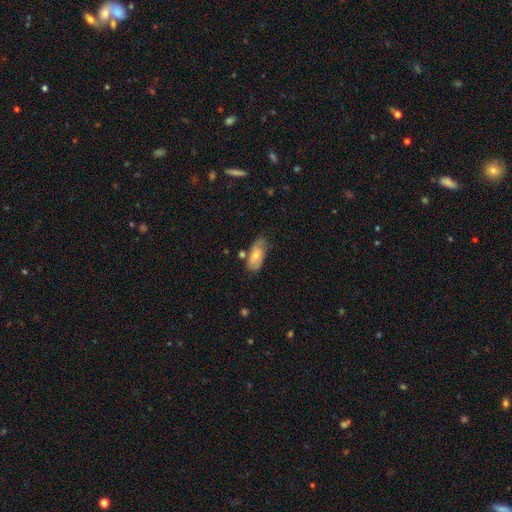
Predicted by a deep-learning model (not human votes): Smooth or featured?
  - smooth: 61% *
  - featured or disk: 33%
  - star or artifact: 7%
How rounded?
  - in between: 89% *
  - cigar-shaped: 8%
  - round: 4%
Merging?
  - none: 55% *
  - minor disturbance: 27%
  - merger: 10%
  - major disturbance: 8%